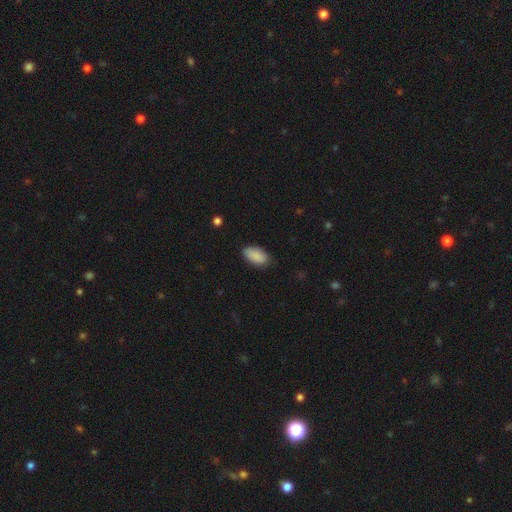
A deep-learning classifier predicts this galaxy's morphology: smooth-or-featured: smooth: 89% | star or artifact: 7% | featured or disk: 5%
  how-rounded: in between: 93% | cigar-shaped: 4% | round: 3%
  merging: none: 83% | minor disturbance: 13% | major disturbance: 3% | merger: 1%